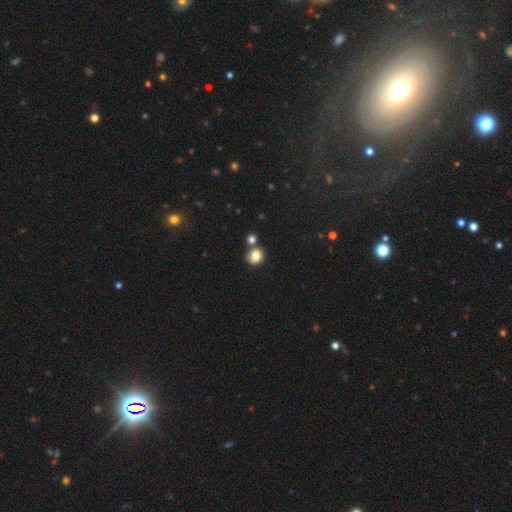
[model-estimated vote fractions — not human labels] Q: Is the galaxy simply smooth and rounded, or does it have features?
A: smooth — 77%.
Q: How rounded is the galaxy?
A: round — 69%.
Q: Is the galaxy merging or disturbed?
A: none — 51%.